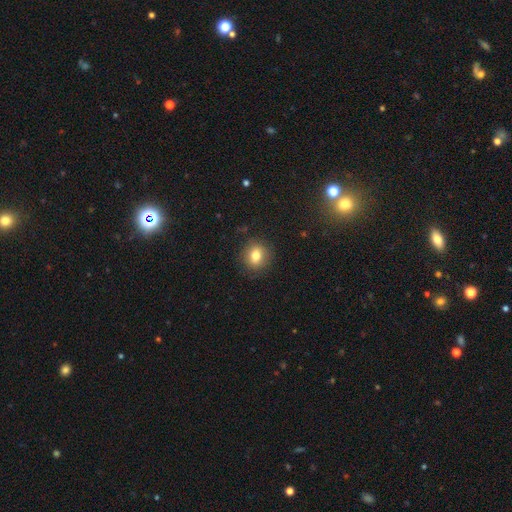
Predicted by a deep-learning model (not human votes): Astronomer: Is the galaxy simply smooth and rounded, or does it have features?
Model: smooth — 78%.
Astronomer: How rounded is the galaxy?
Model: round — 75%.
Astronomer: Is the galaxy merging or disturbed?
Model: none — 85%.